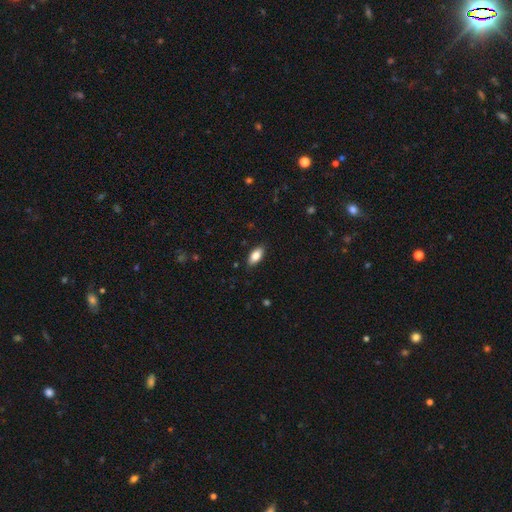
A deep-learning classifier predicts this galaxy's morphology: A smooth galaxy with no disk features (82%) that is in between round and cigar-shaped (89%).

Vote fractions:
- Smooth or featured? smooth: 82% / featured or disk: 11% / star or artifact: 7%
- How rounded? in between: 89% / cigar-shaped: 9% / round: 2%
- Merging? none: 87% / minor disturbance: 10% / major disturbance: 2% / merger: 1%